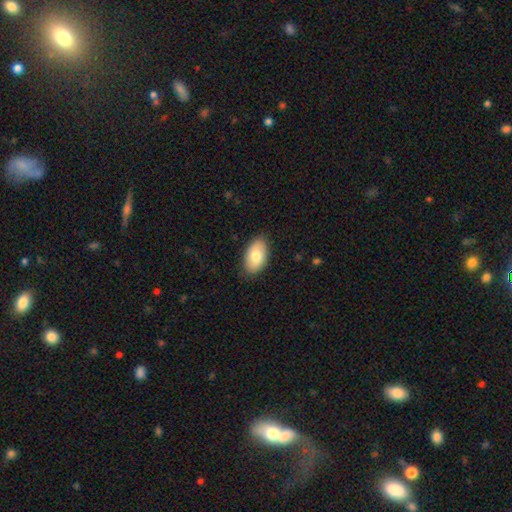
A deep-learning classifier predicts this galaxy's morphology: Smooth or featured? Predicted: smooth (p=0.77). How rounded? Predicted: in between (p=0.94). Merging? Predicted: none (p=0.85).